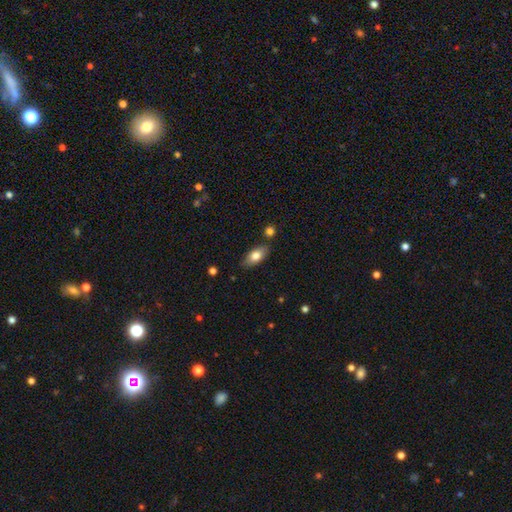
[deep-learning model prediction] Q: Smooth or featured?
A: smooth (77%); runner-up: featured or disk (16%)
Q: How rounded?
A: in between (87%); runner-up: cigar-shaped (8%)
Q: Merging?
A: none (80%); runner-up: minor disturbance (12%)